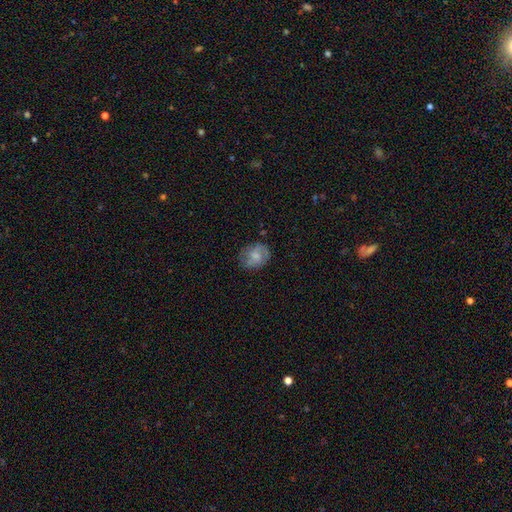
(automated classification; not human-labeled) smooth_or_featured: smooth (p=0.56) [alt: featured or disk p=0.36]
how_rounded: in between (p=0.50) [alt: round p=0.49]
merging: none (p=0.70) [alt: minor disturbance p=0.21]